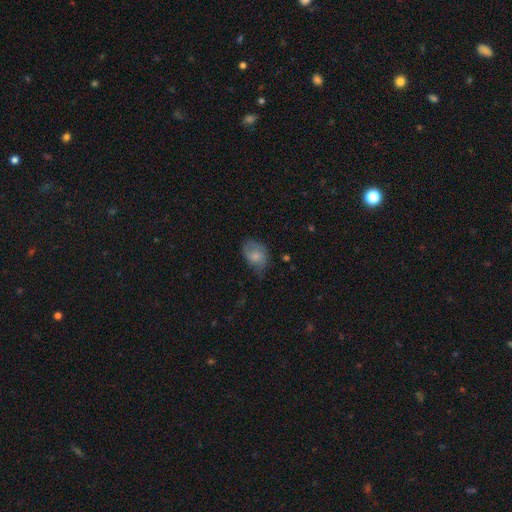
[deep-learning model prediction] Smooth or featured?
  - smooth: 68% *
  - featured or disk: 25%
  - star or artifact: 8%
How rounded?
  - in between: 75% *
  - round: 24%
  - cigar-shaped: 1%
Merging?
  - none: 50% *
  - minor disturbance: 35%
  - major disturbance: 14%
  - merger: 2%